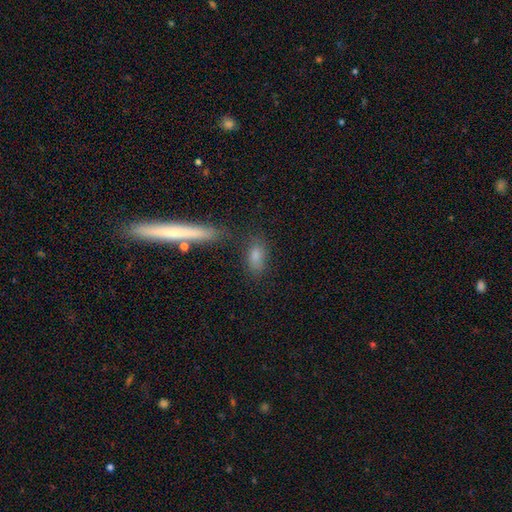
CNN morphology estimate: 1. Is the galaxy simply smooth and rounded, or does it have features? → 71% smooth, 18% featured or disk, 11% star or artifact.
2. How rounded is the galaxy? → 56% in between, 36% cigar-shaped, 8% round.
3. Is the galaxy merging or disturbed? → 73% none, 15% minor disturbance, 7% merger, 5% major disturbance.